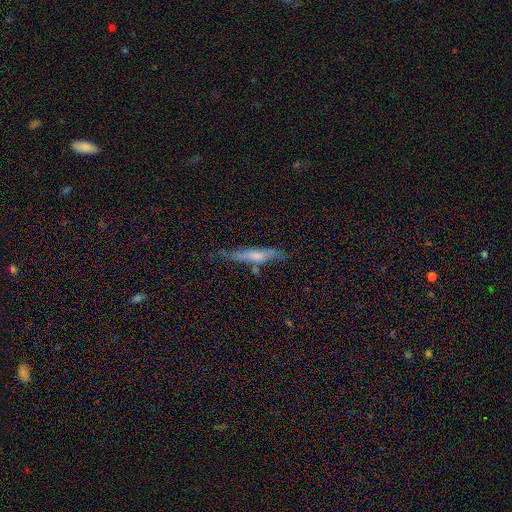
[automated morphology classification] Q: Smooth or featured?
A: smooth (50%); runner-up: featured or disk (43%)
Q: How rounded?
A: cigar-shaped (87%); runner-up: in between (11%)
Q: Merging?
A: none (61%); runner-up: minor disturbance (25%)